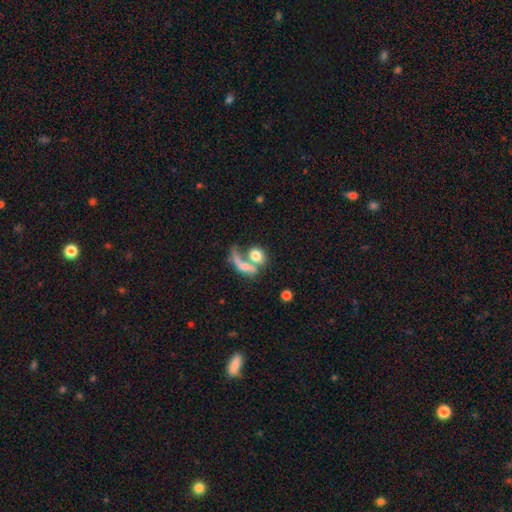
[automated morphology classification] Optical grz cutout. It shows a smooth galaxy with no disk features (64%) that is in between round and cigar-shaped (55%). Merging: merger (58%).